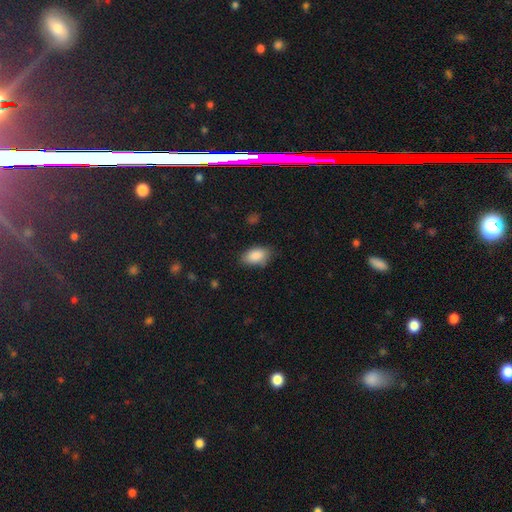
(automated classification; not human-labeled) Smooth or featured: smooth — 88% (star or artifact — 7%)
How rounded: in between — 93% (round — 4%)
Merging: none — 77% (minor disturbance — 18%)